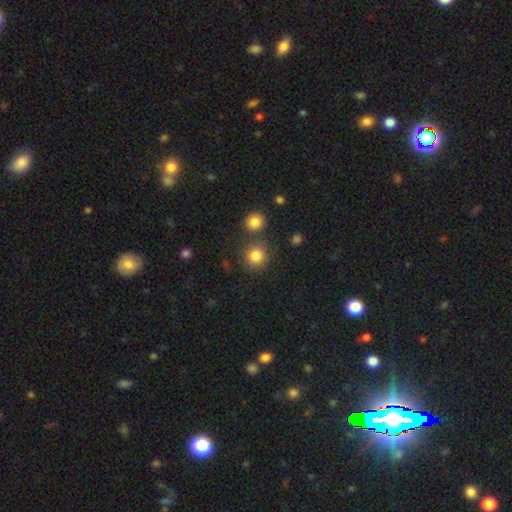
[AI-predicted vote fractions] Overall: smooth (84%). How rounded: round (90%). Merging: none (76%).